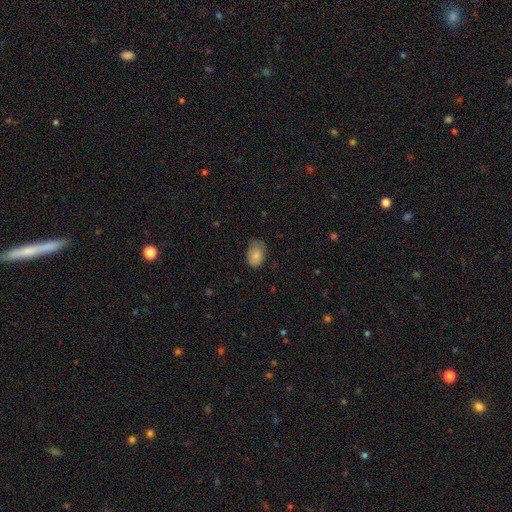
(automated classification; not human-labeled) smooth-or-featured: smooth: 81% | featured or disk: 11% | star or artifact: 8%
  how-rounded: in between: 81% | round: 18% | cigar-shaped: 1%
  merging: none: 55% | minor disturbance: 34% | major disturbance: 10% | merger: 1%